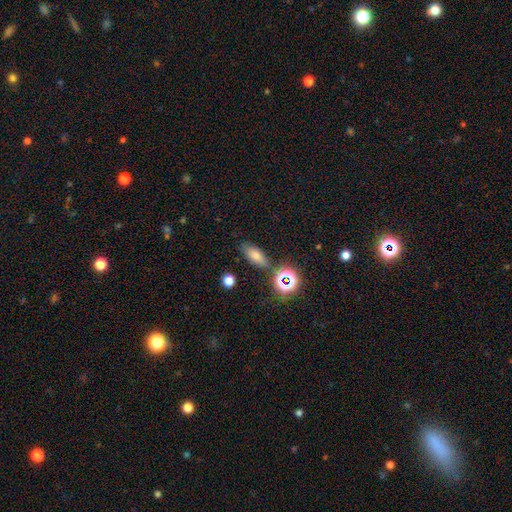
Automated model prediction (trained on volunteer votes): A smooth galaxy with no disk features (58%) that is in between round and cigar-shaped (70%). Merging: none (80%).